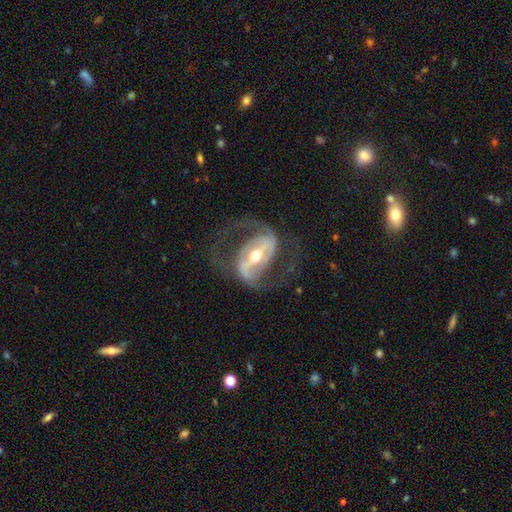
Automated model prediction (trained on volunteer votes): Smooth or featured: featured or disk — 91% (smooth — 4%)
Edge-on disk: no — 96% (yes — 4%)
Bar: strong — 64% (weak — 27%)
Spiral arms: yes — 96% (no — 4%)
Spiral winding: medium — 55% (loose — 30%)
Spiral arm count: 2 — 93% (can't tell — 2%)
Bulge size: moderate — 62% (small — 31%)
Merging: none — 71% (major disturbance — 15%)